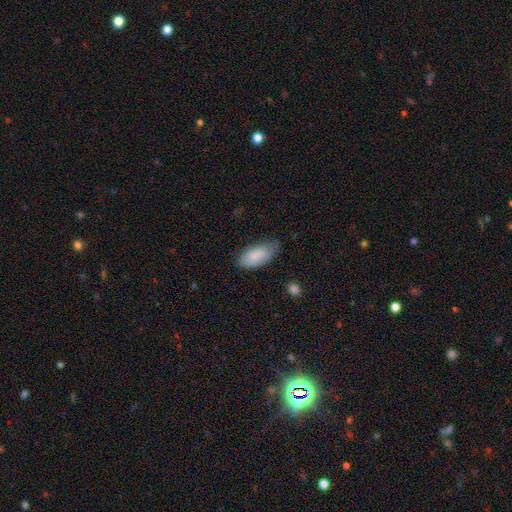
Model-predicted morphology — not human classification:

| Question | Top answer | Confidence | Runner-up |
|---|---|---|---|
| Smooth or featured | smooth | 87% | featured or disk (7%) |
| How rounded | in between | 92% | cigar-shaped (6%) |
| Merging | none | 69% | minor disturbance (25%) |